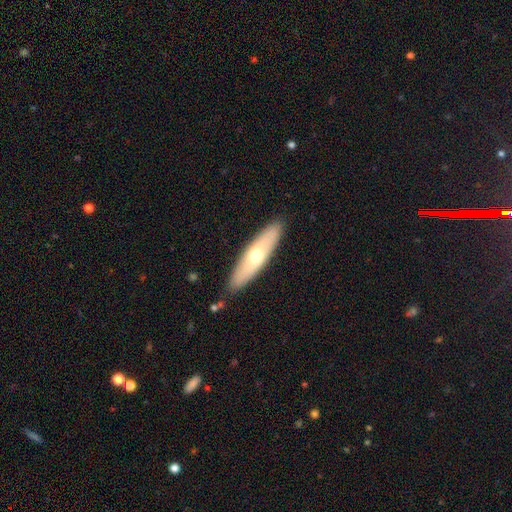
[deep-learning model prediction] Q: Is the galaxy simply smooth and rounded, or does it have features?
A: smooth — 56%.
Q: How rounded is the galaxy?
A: cigar-shaped — 67%.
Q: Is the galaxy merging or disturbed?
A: none — 87%.